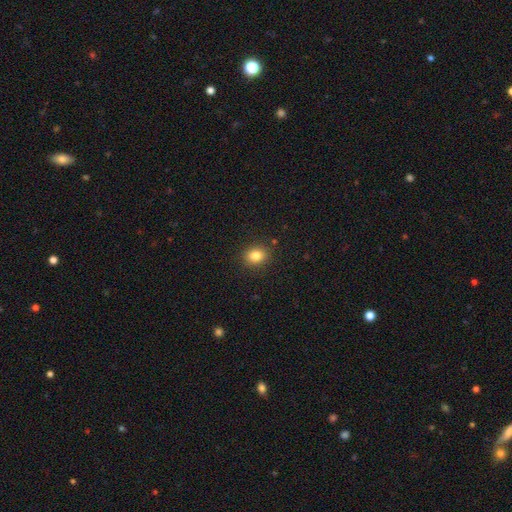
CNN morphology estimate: A smooth galaxy with no disk features (83%) that is round (62%).

Vote fractions:
- Smooth or featured? smooth: 83% / star or artifact: 11% / featured or disk: 6%
- How rounded? round: 62% / in between: 37% / cigar-shaped: 1%
- Merging? none: 89% / minor disturbance: 8% / major disturbance: 2% / merger: 1%